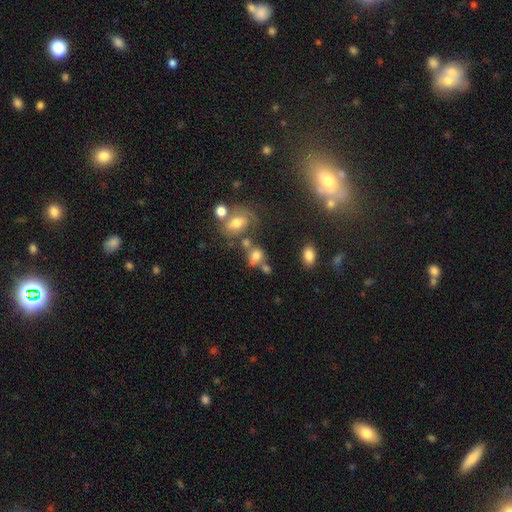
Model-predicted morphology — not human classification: Smooth or featured: smooth — 70% (featured or disk — 16%)
How rounded: in between — 56% (round — 42%)
Merging: none — 40% (merger — 32%)